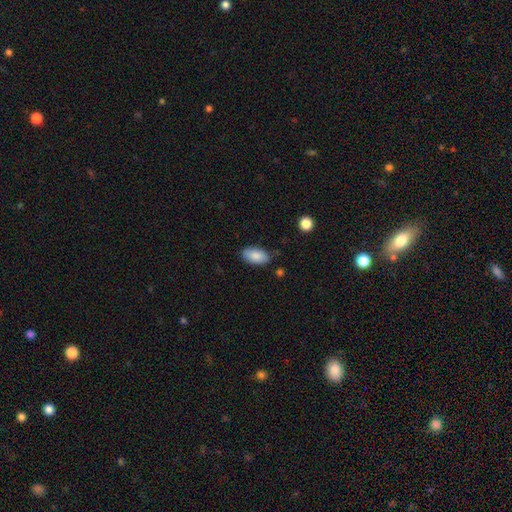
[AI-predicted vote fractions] The model was most divided on "merging": none: 79%, minor disturbance: 16%, major disturbance: 3%, merger: 2%. More confident: how rounded — in between (94%); smooth or featured — smooth (87%).